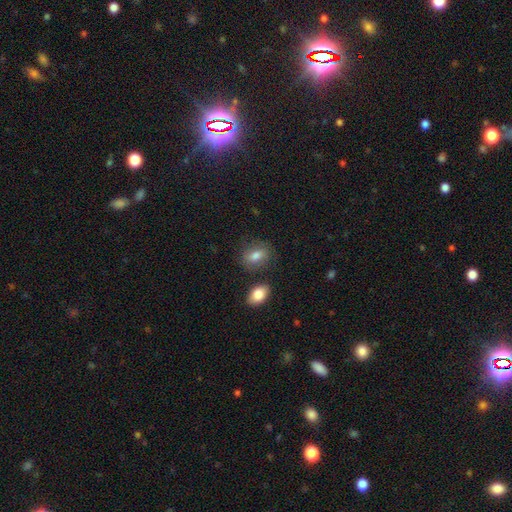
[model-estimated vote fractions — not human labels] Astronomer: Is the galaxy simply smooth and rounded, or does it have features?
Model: smooth — 79%.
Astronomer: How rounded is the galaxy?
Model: in between — 80%.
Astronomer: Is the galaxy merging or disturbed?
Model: none — 75%.